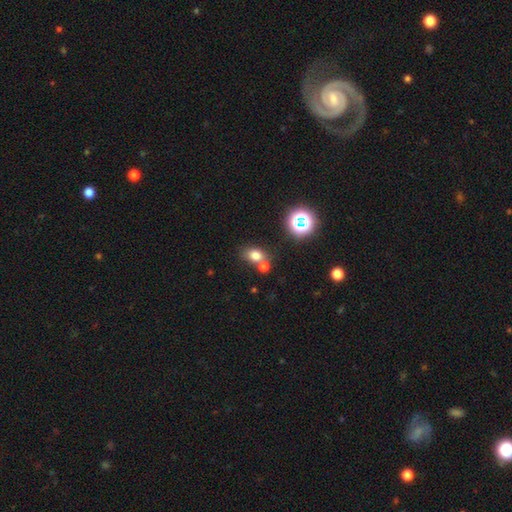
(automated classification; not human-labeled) A smooth galaxy with no disk features (75%) that is in between round and cigar-shaped (58%). Merging: none (52%).